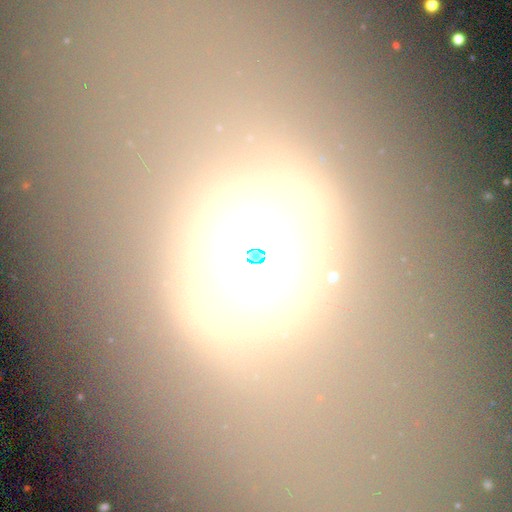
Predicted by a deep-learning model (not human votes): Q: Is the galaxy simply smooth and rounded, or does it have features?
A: smooth — 39%.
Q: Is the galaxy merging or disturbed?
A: none — 85%.